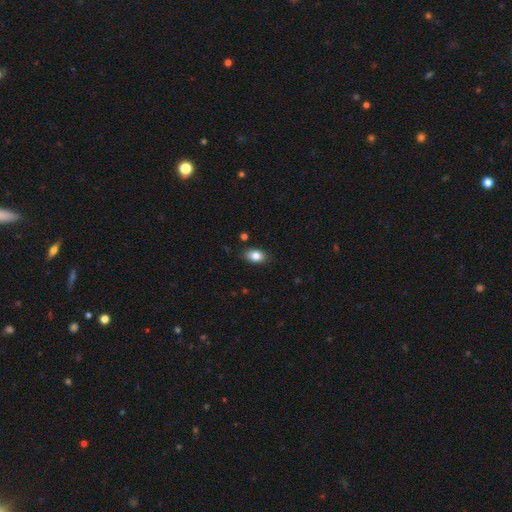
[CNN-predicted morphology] A smooth galaxy with no disk features (83%) that is in between round and cigar-shaped (88%).

Vote fractions:
- Smooth or featured? smooth: 83% / featured or disk: 9% / star or artifact: 8%
- How rounded? in between: 88% / round: 10% / cigar-shaped: 2%
- Merging? none: 86% / minor disturbance: 10% / major disturbance: 2% / merger: 1%